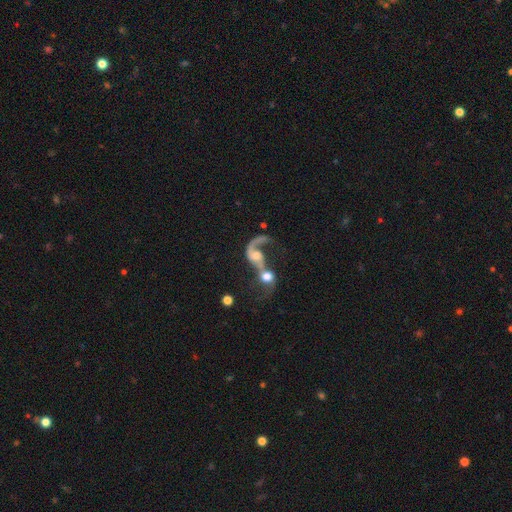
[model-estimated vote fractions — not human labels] This appears to be a featured or disk galaxy (73%) with no bar (63%), 1 (56%) loose (73%) spiral arms (84%) and a moderate central bulge (51%). Merging: merger (74%).